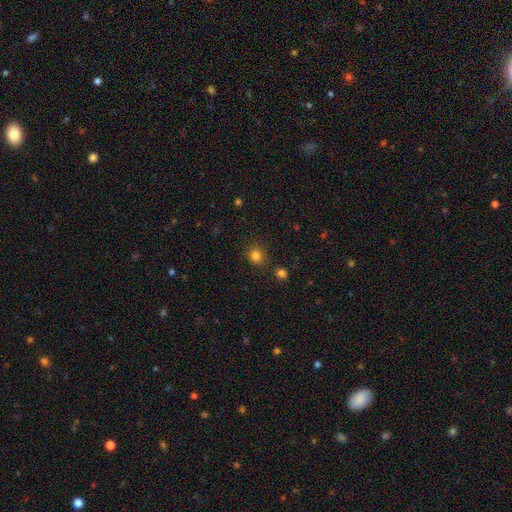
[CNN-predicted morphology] Q: Smooth or featured?
A: smooth (81%); runner-up: star or artifact (14%)
Q: How rounded?
A: round (90%); runner-up: in between (9%)
Q: Merging?
A: none (85%); runner-up: minor disturbance (9%)